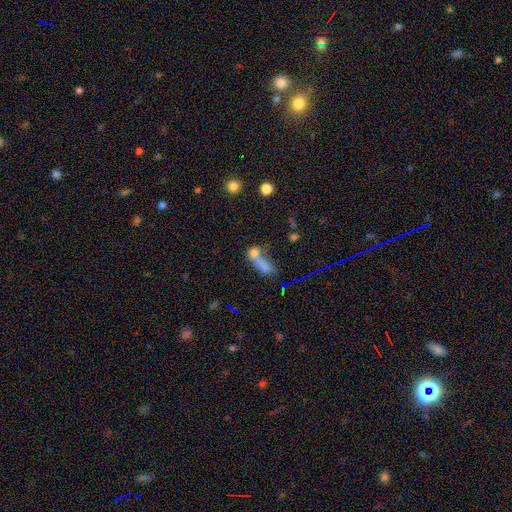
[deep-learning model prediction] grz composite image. It shows a smooth galaxy with no disk features (66%) that is in between round and cigar-shaped (49%). Merging: merger (57%).